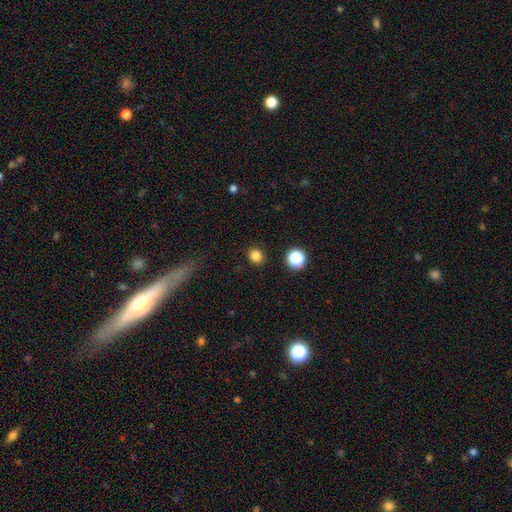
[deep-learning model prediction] Smooth or featured? smooth (83%)
How rounded? round (73%)
Merging? none (90%)